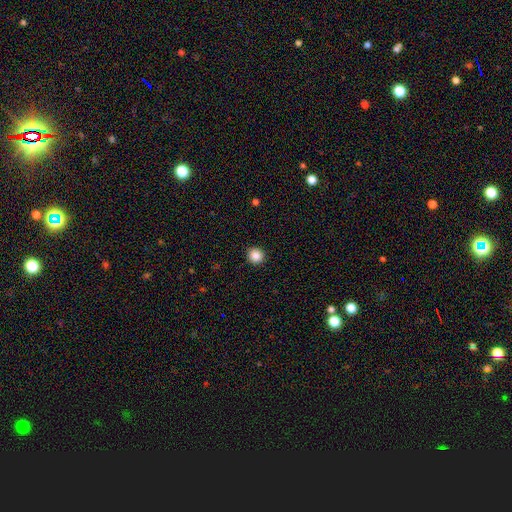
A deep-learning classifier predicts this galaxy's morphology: Smooth or featured? smooth (86%)
How rounded? round (94%)
Merging? none (93%)